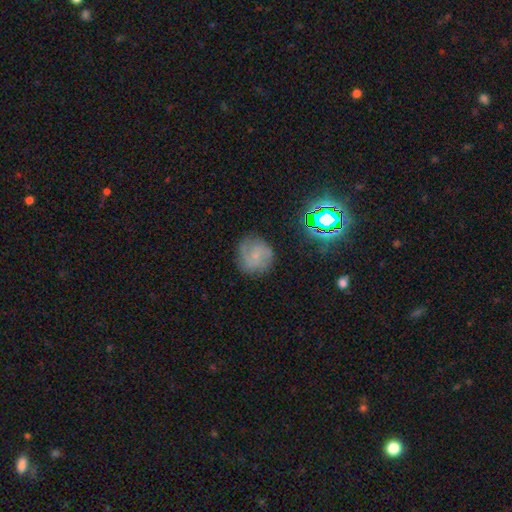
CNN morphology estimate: Overall: featured or disk (51%; smooth 35%). Edge-on disk: no (97%). Merging: none (75%).